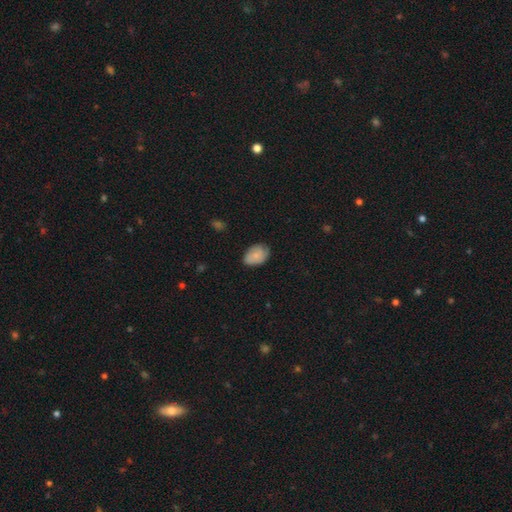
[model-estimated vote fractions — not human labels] Overall: smooth (69%). How rounded: in between (83%). Merging: none (71%).